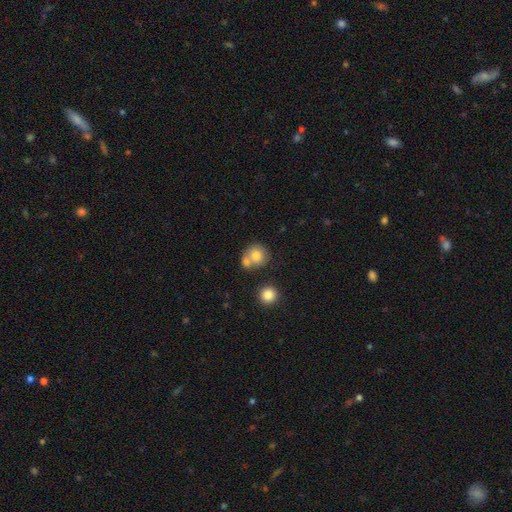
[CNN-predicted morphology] Smooth or featured: smooth — 75% (featured or disk — 16%)
How rounded: round — 88% (in between — 12%)
Merging: none — 50% (merger — 36%)